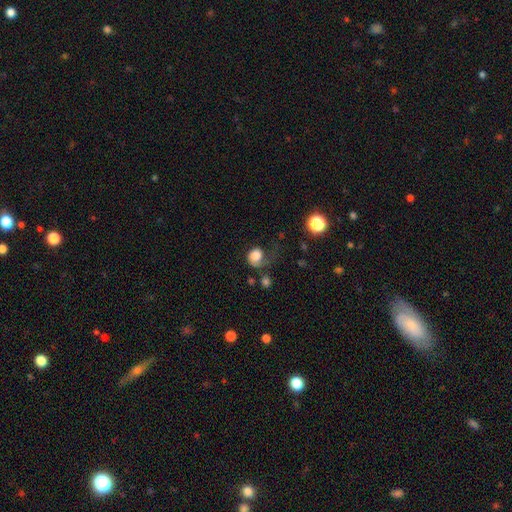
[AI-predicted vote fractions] Q: Smooth or featured?
A: smooth (67%); runner-up: featured or disk (24%)
Q: How rounded?
A: round (63%); runner-up: in between (36%)
Q: Merging?
A: major disturbance (42%); runner-up: none (30%)